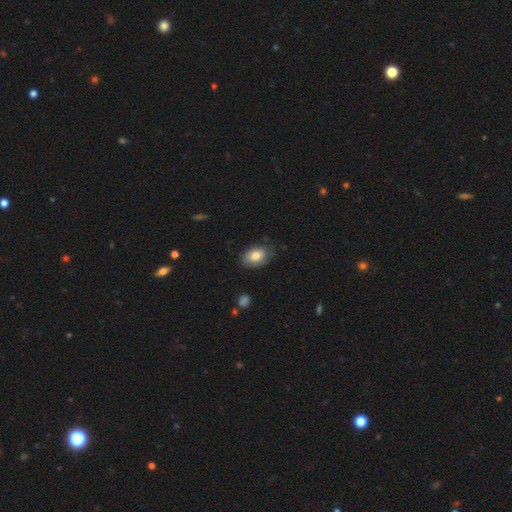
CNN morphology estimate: This is clearly a smooth galaxy (81%). How rounded: clearly in between (86%). Merging: likely none (72%).